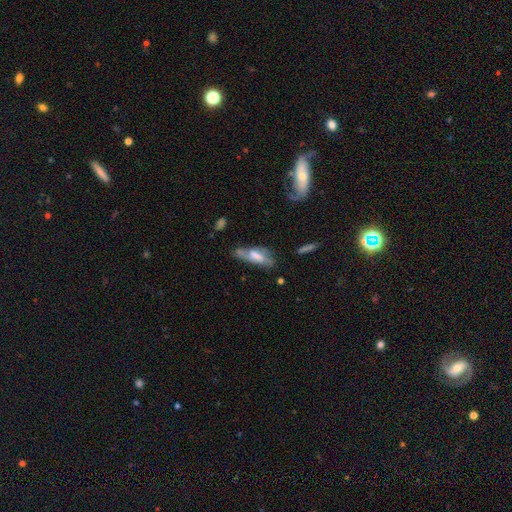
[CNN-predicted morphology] Overall: smooth (48%; featured or disk 44%). Merging: none (44%; minor disturbance 30%).